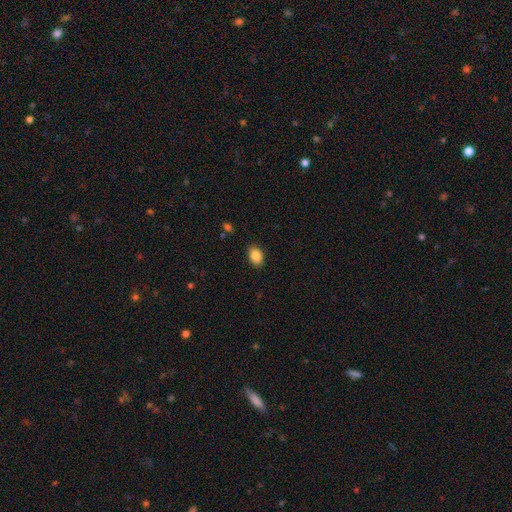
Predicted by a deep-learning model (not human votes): smooth-or-featured: smooth: 87% | star or artifact: 8% | featured or disk: 5%
  how-rounded: in between: 80% | round: 19% | cigar-shaped: 1%
  merging: none: 88% | minor disturbance: 8% | major disturbance: 2% | merger: 1%